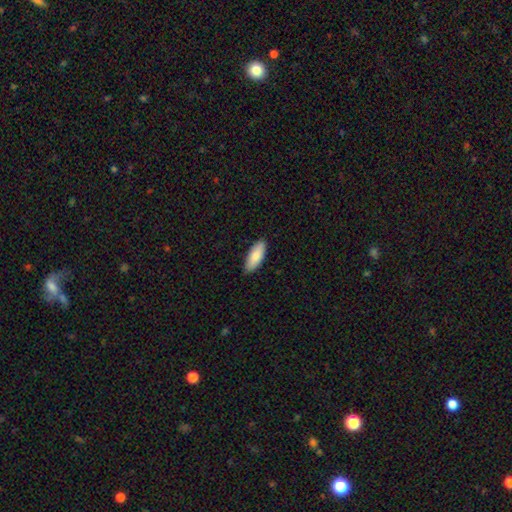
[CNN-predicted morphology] type=smooth (86%); roundness=in between (77%); merging=none (86%).